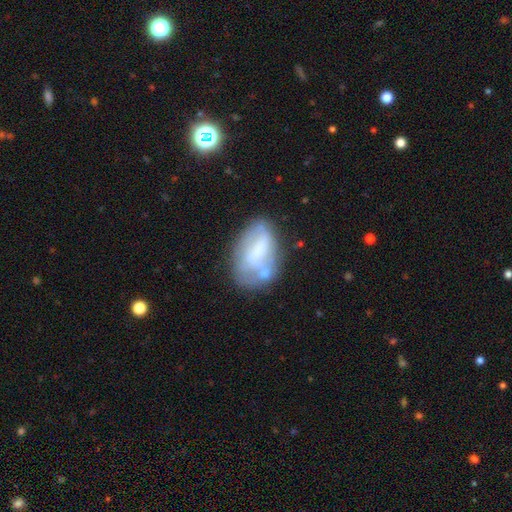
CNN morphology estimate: A featured or disk galaxy (46%). Merging: none (48%).